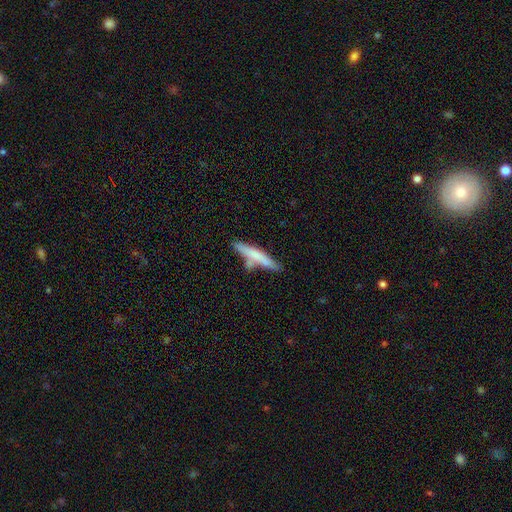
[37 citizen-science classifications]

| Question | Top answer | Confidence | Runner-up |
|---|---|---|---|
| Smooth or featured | featured or disk | 51% | smooth (49%) |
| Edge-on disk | yes | 79% | no (21%) |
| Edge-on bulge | boxy | 40% | none (33%) |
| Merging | none | 73% | minor disturbance (19%) |